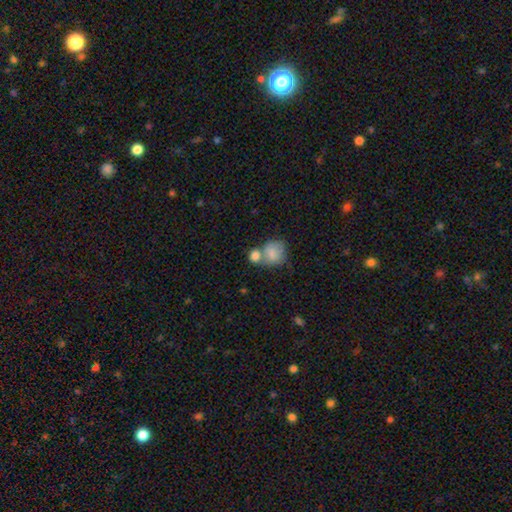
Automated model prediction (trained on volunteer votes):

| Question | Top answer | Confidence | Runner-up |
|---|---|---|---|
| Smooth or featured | smooth | 82% | featured or disk (11%) |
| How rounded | round | 65% | in between (34%) |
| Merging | merger | 53% | none (33%) |